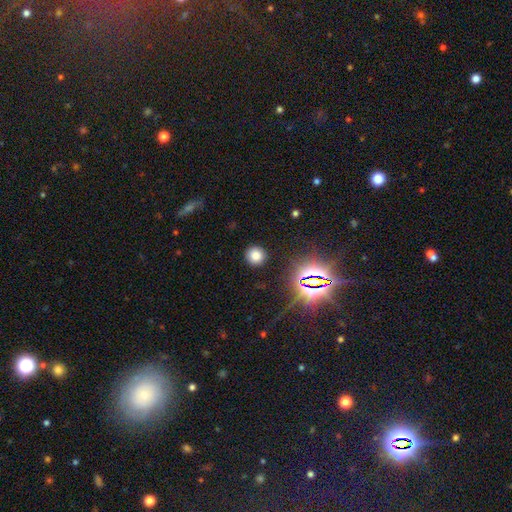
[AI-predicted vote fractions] smooth_or_featured: smooth (p=0.74) [alt: star or artifact p=0.20]
how_rounded: round (p=0.93) [alt: in between p=0.06]
merging: none (p=0.90) [alt: minor disturbance p=0.06]